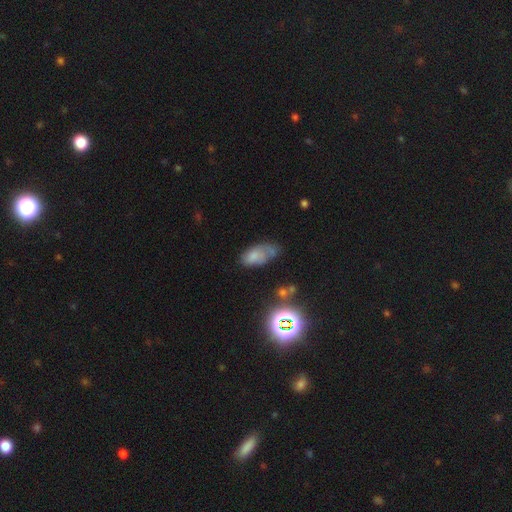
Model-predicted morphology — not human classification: The model was most divided on "merging": none: 39%, minor disturbance: 34%, major disturbance: 20%, merger: 7%. More confident: how rounded — in between (90%); smooth or featured — smooth (62%).